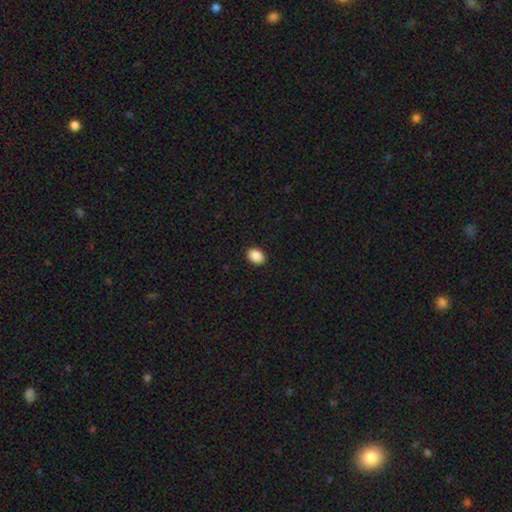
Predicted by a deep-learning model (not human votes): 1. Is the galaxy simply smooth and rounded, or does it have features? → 89% smooth, 8% star or artifact, 3% featured or disk.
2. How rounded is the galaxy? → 63% in between, 36% round, 1% cigar-shaped.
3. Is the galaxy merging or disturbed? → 91% none, 6% minor disturbance, 2% major disturbance, 1% merger.